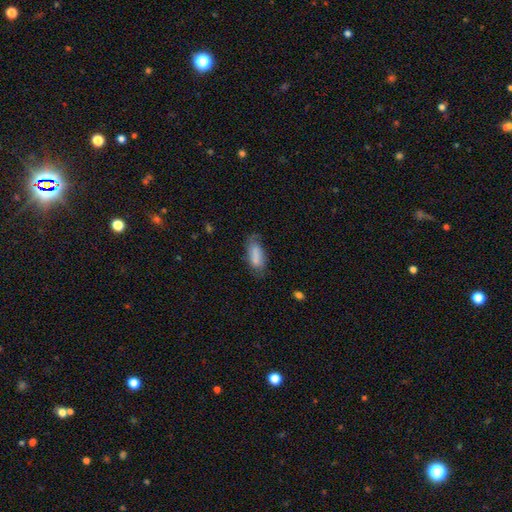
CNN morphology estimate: smooth 74%, featured or disk 18%, star or artifact 7%. Down the decision tree: how rounded — in between (82%); merging — none (56%).